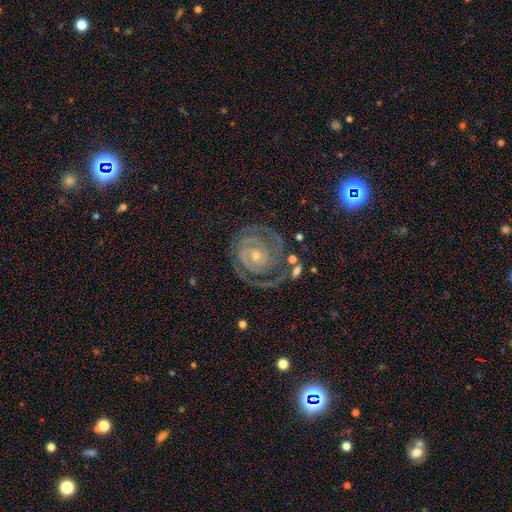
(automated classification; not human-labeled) Smooth or featured?
  - featured or disk: 90% *
  - star or artifact: 5%
  - smooth: 5%
Edge-on disk?
  - no: 98% *
  - yes: 2%
Bar?
  - no: 68% *
  - weak: 23%
  - strong: 9%
Spiral arms?
  - yes: 97% *
  - no: 3%
Spiral winding?
  - tight: 80% *
  - medium: 17%
  - loose: 3%
Spiral arm count?
  - 2: 65% *
  - 3: 12%
  - can't tell: 11%
  - 1: 5%
  - 4: 4%
  - more than 4: 4%
Bulge size?
  - small: 70% *
  - moderate: 26%
  - large: 1%
  - none: 1%
  - dominant: 1%
Merging?
  - none: 71% *
  - minor disturbance: 16%
  - major disturbance: 9%
  - merger: 3%